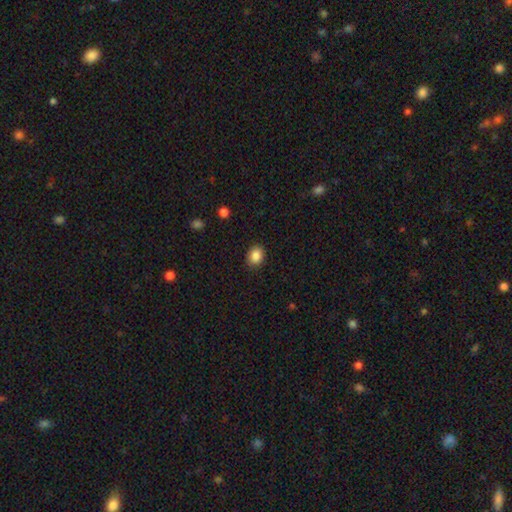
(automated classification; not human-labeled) Smooth or featured: smooth — 87% (star or artifact — 9%)
How rounded: round — 55% (in between — 44%)
Merging: none — 89% (minor disturbance — 8%)